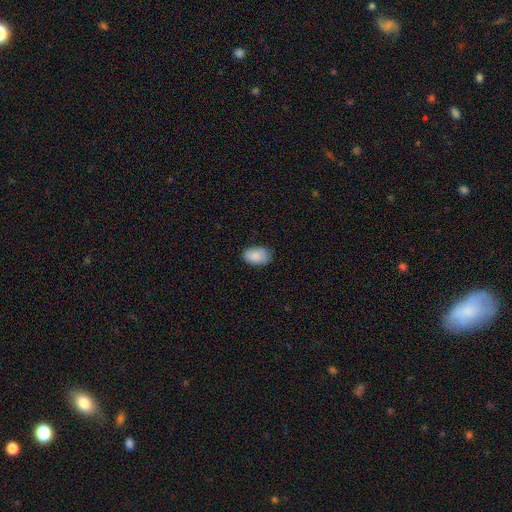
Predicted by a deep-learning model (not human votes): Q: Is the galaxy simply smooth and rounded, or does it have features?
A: smooth — 88%.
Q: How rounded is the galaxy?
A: in between — 89%.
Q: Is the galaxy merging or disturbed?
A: none — 76%.